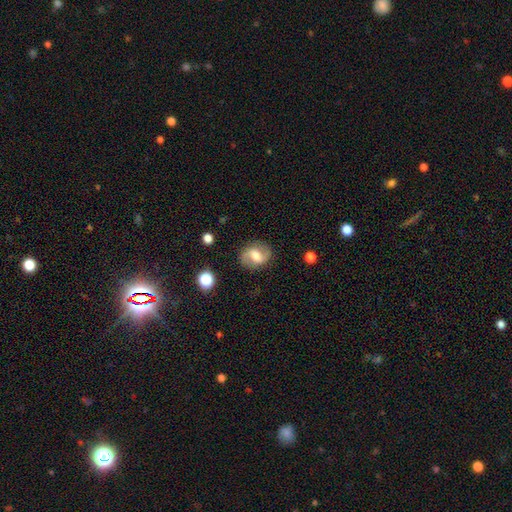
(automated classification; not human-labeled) Smooth or featured: featured or disk — 63% (smooth — 29%)
Edge-on disk: no — 96% (yes — 4%)
Bar: weak — 48% (strong — 29%)
Spiral arms: yes — 85% (no — 15%)
Spiral winding: loose — 44% (medium — 41%)
Spiral arm count: 2 — 90% (can't tell — 5%)
Bulge size: moderate — 60% (large — 18%)
Merging: none — 82% (minor disturbance — 12%)